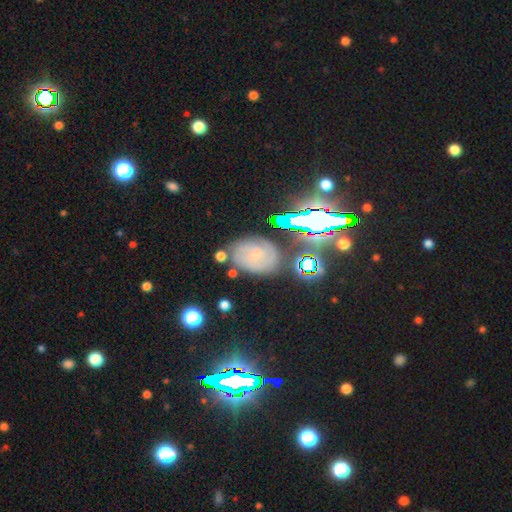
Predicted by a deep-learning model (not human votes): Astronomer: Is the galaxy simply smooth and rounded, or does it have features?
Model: featured or disk — 50% (runner-up: smooth, 29%).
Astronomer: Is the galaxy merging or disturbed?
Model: none — 72%.